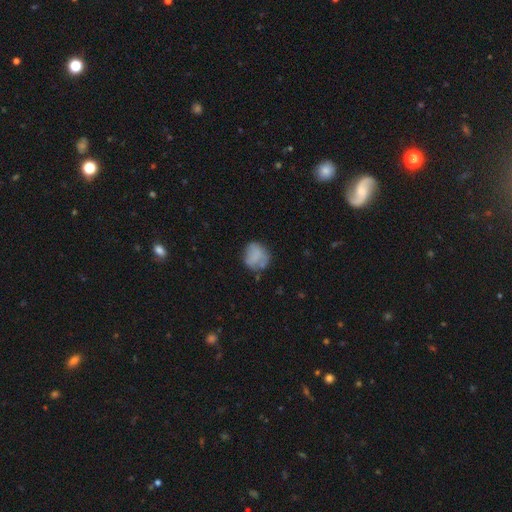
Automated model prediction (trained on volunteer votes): smooth_or_featured: smooth (p=0.71) [alt: featured or disk p=0.20]
how_rounded: round (p=0.80) [alt: in between p=0.19]
merging: none (p=0.61) [alt: minor disturbance p=0.24]